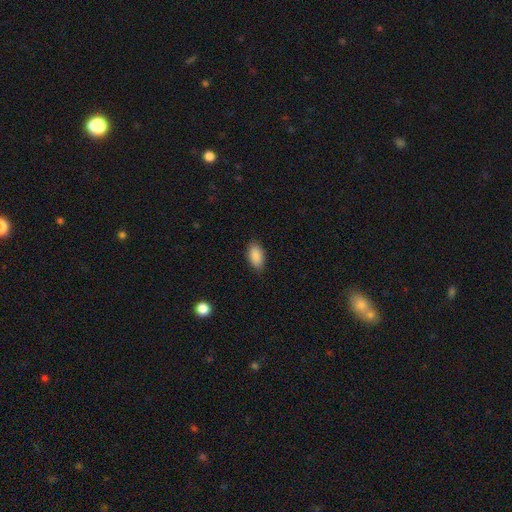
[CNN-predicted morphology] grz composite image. It shows a smooth galaxy with no disk features (89%) that is in between round and cigar-shaped (92%). Merging: none (85%).